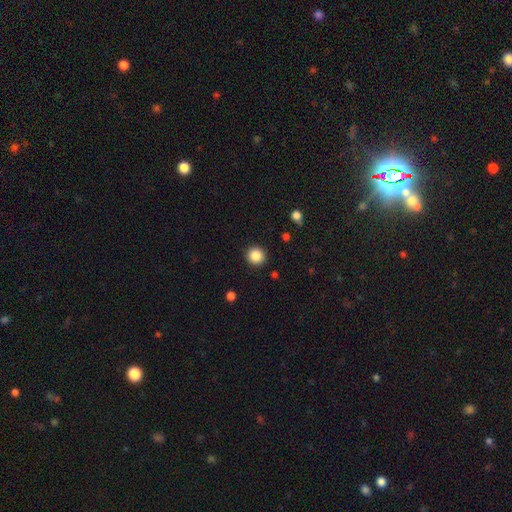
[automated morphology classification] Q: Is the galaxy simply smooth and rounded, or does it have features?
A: smooth — 86%.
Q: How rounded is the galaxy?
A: round — 92%.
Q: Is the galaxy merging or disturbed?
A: none — 91%.